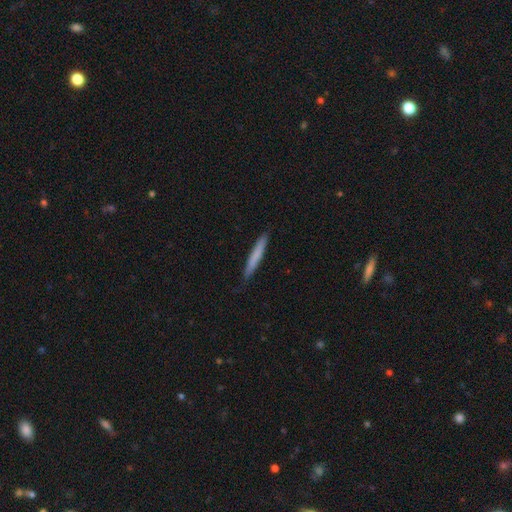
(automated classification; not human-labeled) Smooth or featured? Predicted: smooth (p=0.71). How rounded? Predicted: cigar-shaped (p=0.96). Merging? Predicted: none (p=0.86).